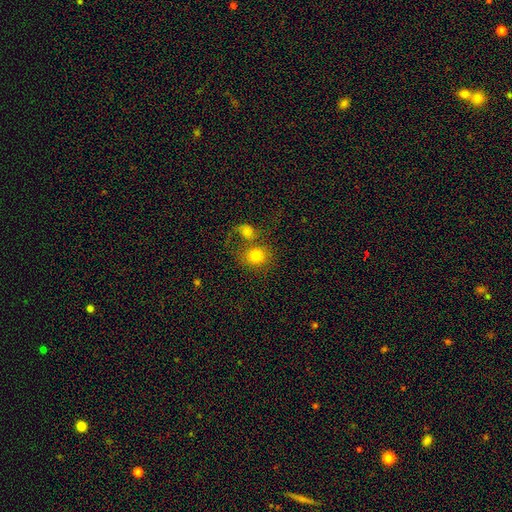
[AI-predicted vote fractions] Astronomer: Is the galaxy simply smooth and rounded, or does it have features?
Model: smooth — 74%.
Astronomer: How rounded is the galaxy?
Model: round — 74%.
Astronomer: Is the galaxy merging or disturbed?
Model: merger — 51% (runner-up: none, 33%).